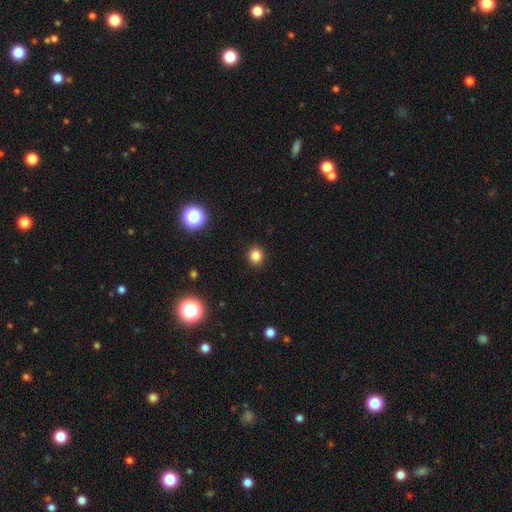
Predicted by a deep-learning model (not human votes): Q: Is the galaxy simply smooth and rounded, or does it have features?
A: smooth — 82%.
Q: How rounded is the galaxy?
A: round — 85%.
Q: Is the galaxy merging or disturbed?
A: none — 92%.